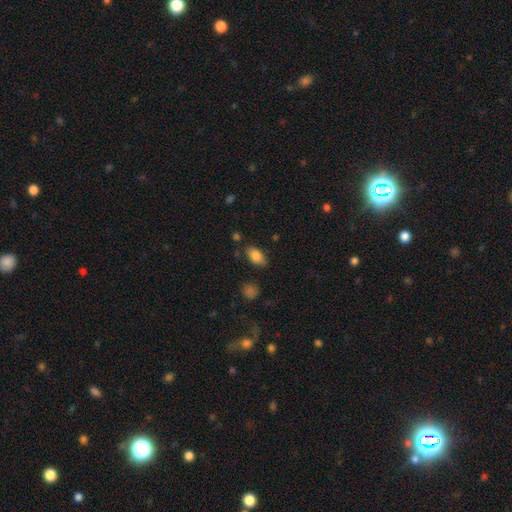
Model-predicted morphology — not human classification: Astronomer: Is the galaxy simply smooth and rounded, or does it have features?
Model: smooth — 85%.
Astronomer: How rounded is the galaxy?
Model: in between — 90%.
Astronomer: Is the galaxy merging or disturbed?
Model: none — 76%.